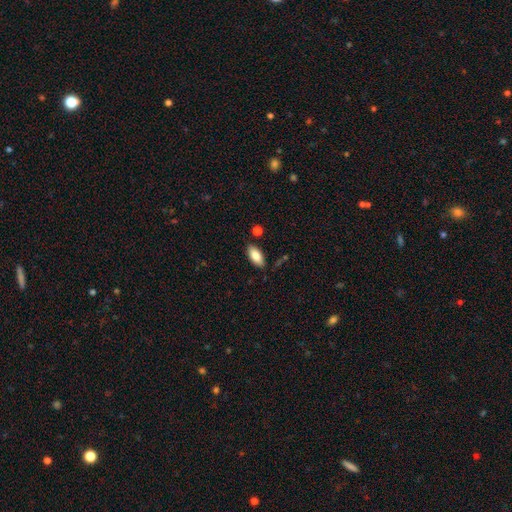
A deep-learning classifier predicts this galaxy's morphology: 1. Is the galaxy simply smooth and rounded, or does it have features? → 84% smooth, 10% featured or disk, 7% star or artifact.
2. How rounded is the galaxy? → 89% in between, 9% cigar-shaped, 2% round.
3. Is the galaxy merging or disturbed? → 83% none, 12% minor disturbance, 3% merger, 2% major disturbance.